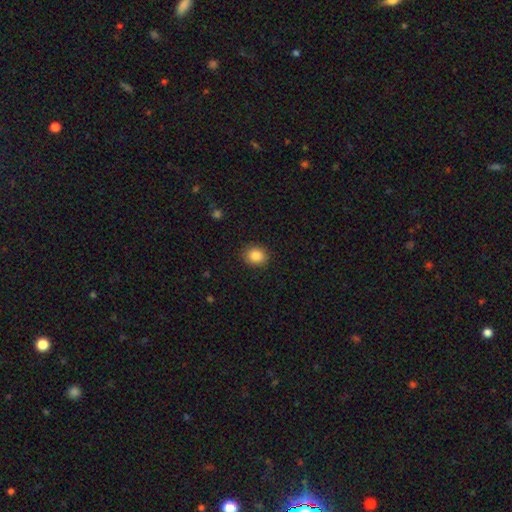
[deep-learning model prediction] Morphology: type=smooth (86%); roundness=round (68%); merging=none (89%).